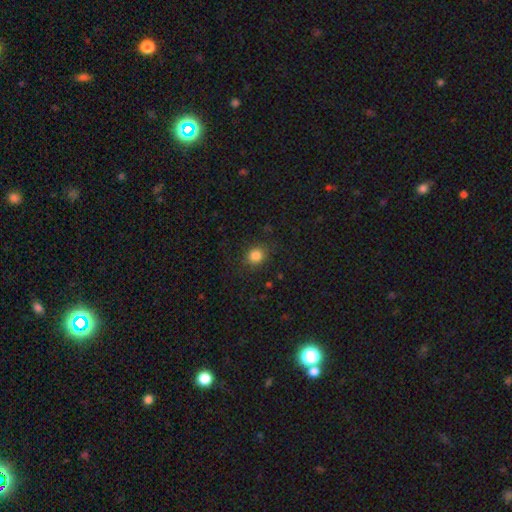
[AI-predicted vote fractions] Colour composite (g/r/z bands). It shows a smooth galaxy with no disk features (84%) that is round (77%). Merging: none (86%).